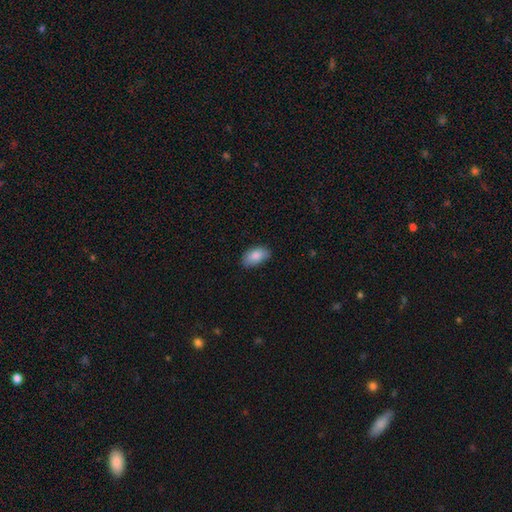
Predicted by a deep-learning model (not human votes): This is clearly a smooth galaxy (86%). How rounded: clearly in between (93%). Merging: likely none (80%).